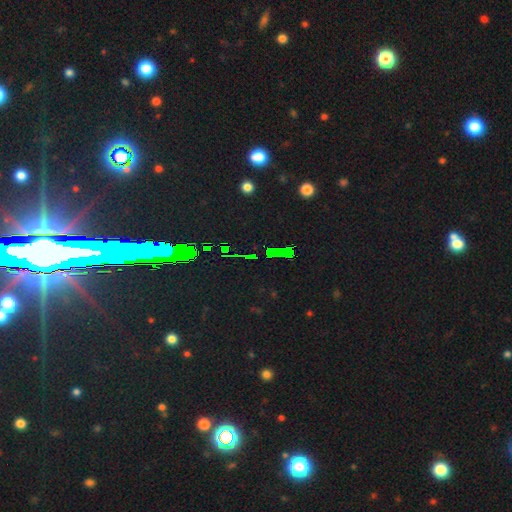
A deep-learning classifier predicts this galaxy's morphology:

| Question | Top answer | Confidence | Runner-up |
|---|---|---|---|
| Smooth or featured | star or artifact | 77% | featured or disk (13%) |